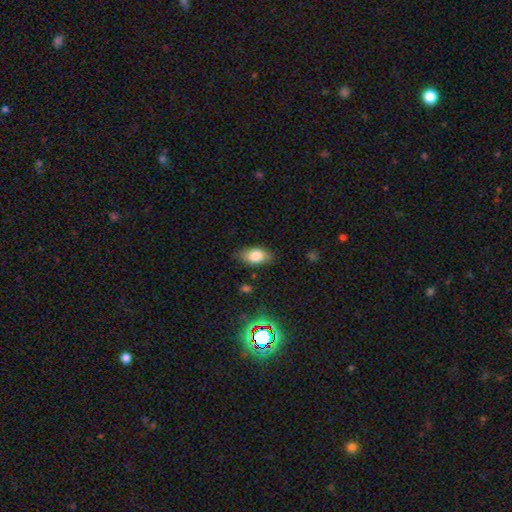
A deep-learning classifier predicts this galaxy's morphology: This is likely a smooth galaxy (79%). How rounded: clearly in between (91%). Merging: clearly none (81%).